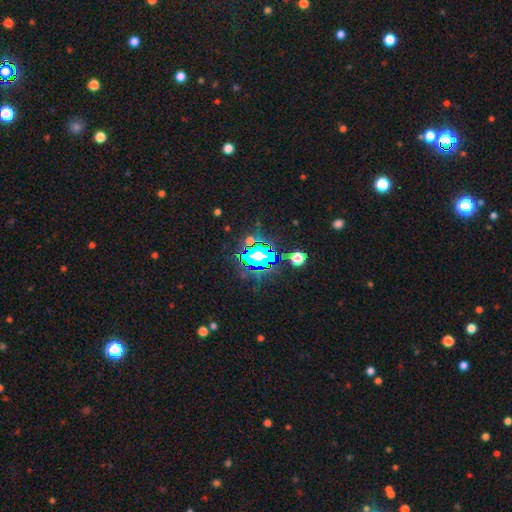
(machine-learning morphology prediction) Smooth or featured? Predicted: star or artifact (p=0.60).